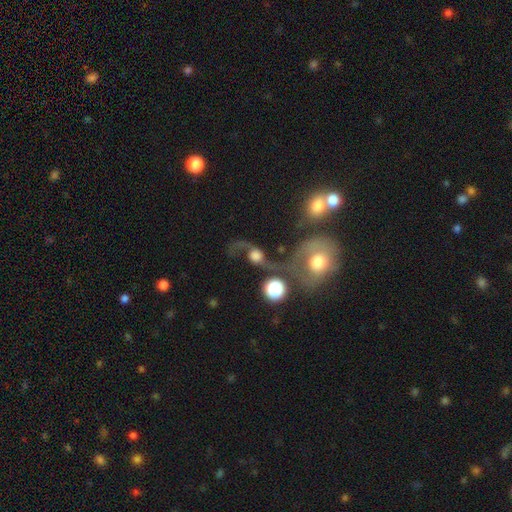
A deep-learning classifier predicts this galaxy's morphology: Smooth or featured: featured or disk — 76% (smooth — 16%)
Edge-on disk: no — 95% (yes — 5%)
Bar: no — 68% (weak — 25%)
Spiral arms: yes — 92% (no — 8%)
Spiral winding: loose — 89% (medium — 9%)
Spiral arm count: 2 — 87% (1 — 9%)
Bulge size: large — 43% (moderate — 28%)
Merging: none — 44% (major disturbance — 21%)